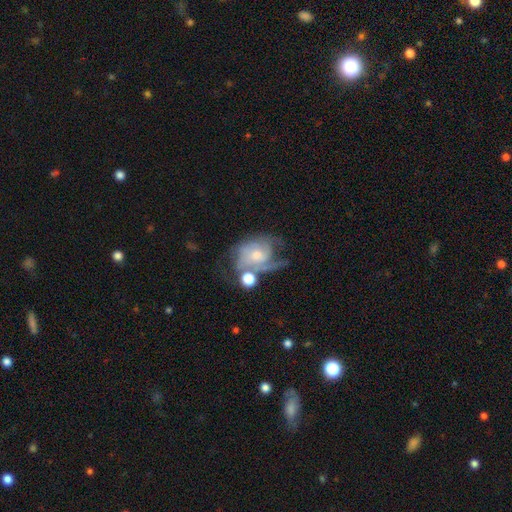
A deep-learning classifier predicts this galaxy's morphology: This is likely a featured or disk galaxy (72%). It is clearly not viewed edge-on (97%). Bar: likely no (70%). Spiral arm pattern: clearly yes (87%). Spiral arm count: marginally 2 (37%). Spiral winding: marginally medium (41%). Central bulge: possibly small (46%). Merging: marginally none (30%, tied with major disturbance).